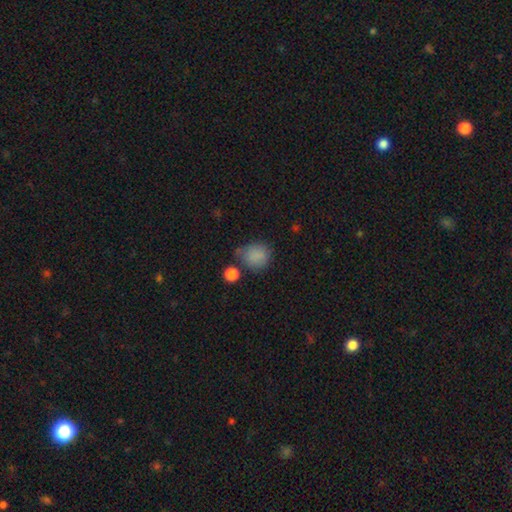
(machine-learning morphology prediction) smooth 84%, star or artifact 11%, featured or disk 6%. Down the decision tree: how rounded — round (77%); merging — none (62%).